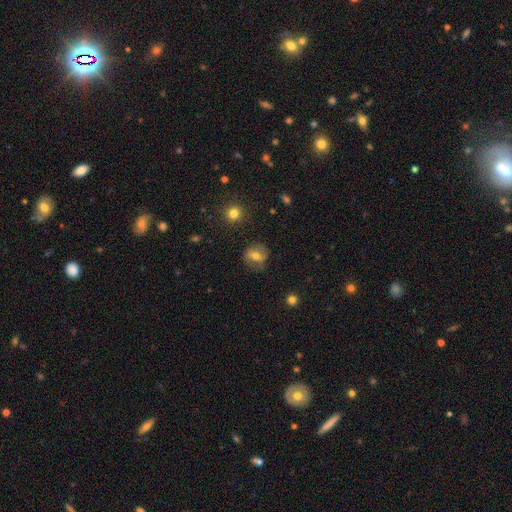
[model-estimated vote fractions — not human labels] Q: Smooth or featured?
A: smooth (56%); runner-up: featured or disk (33%)
Q: How rounded?
A: round (76%); runner-up: in between (23%)
Q: Merging?
A: none (74%); runner-up: minor disturbance (17%)